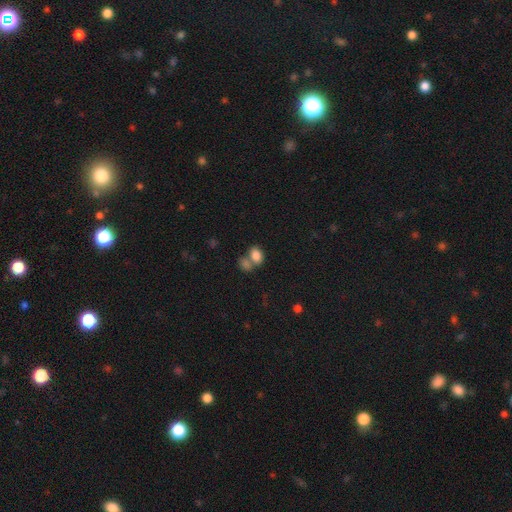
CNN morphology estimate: A smooth galaxy with no disk features (83%) that is in between round and cigar-shaped (78%). Merging: merger (50%).